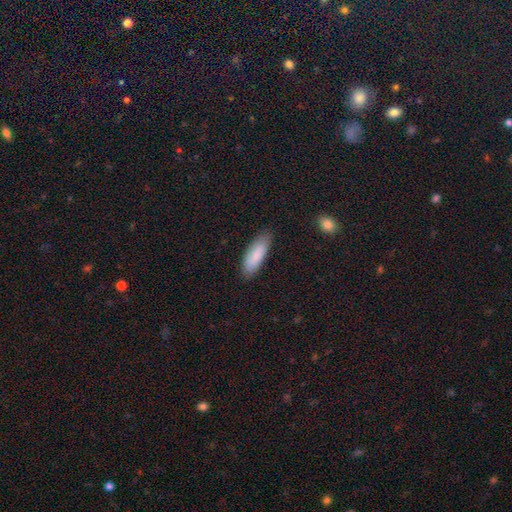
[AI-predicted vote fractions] Smooth or featured? smooth (84%)
How rounded? in between (62%)
Merging? none (83%)